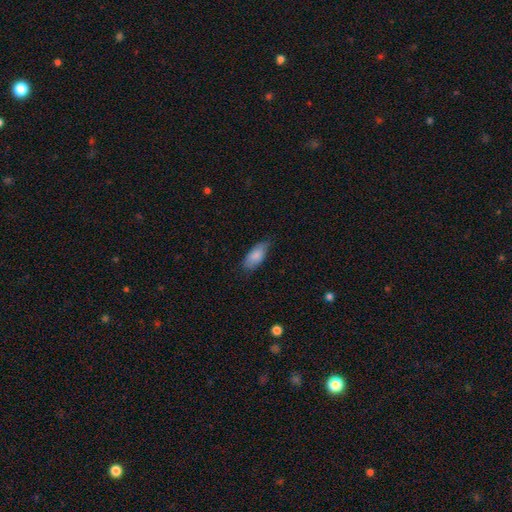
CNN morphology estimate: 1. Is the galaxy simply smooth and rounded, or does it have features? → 85% smooth, 9% featured or disk, 6% star or artifact.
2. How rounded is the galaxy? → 86% in between, 12% cigar-shaped, 2% round.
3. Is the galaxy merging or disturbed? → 71% none, 24% minor disturbance, 4% major disturbance, 1% merger.